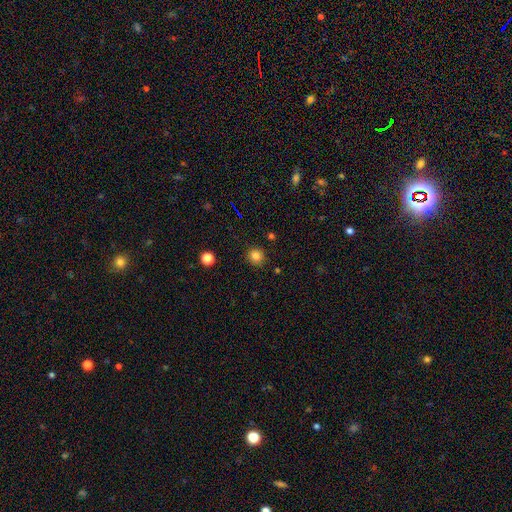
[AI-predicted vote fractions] Smooth or featured: smooth — 81% (star or artifact — 13%)
How rounded: round — 93% (in between — 6%)
Merging: none — 90% (minor disturbance — 6%)